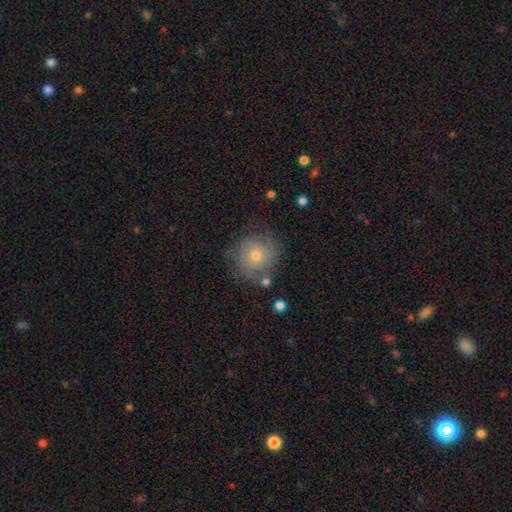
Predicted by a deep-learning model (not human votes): Q: Smooth or featured?
A: featured or disk (60%); runner-up: smooth (30%)
Q: Edge-on disk?
A: no (97%); runner-up: yes (3%)
Q: Bar?
A: no (83%); runner-up: weak (15%)
Q: Spiral arms?
A: yes (84%); runner-up: no (16%)
Q: Bulge size?
A: moderate (51%); runner-up: small (44%)
Q: Merging?
A: none (72%); runner-up: minor disturbance (18%)